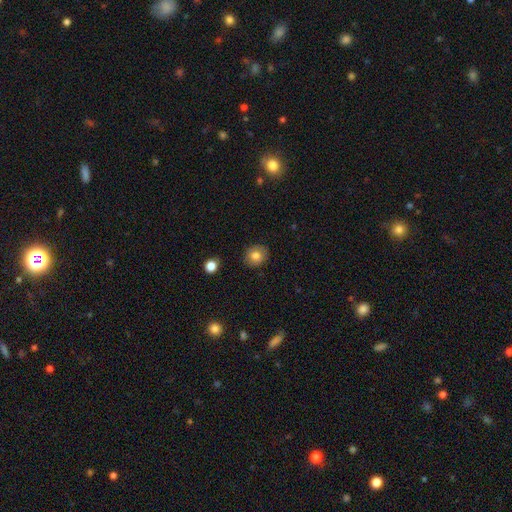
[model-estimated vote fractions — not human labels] Smooth or featured? smooth (79%)
How rounded? round (77%)
Merging? none (87%)